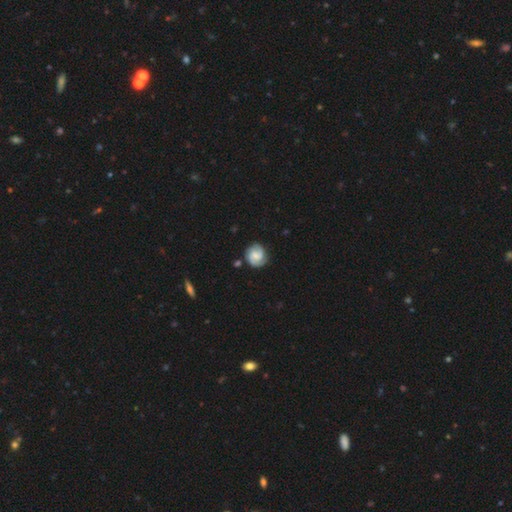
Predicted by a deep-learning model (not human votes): A featured or disk galaxy (62%) with no bar (54%), 2 (67%) tight (51%) spiral arms (94%) and a small central bulge (34%). Merging: none (76%).